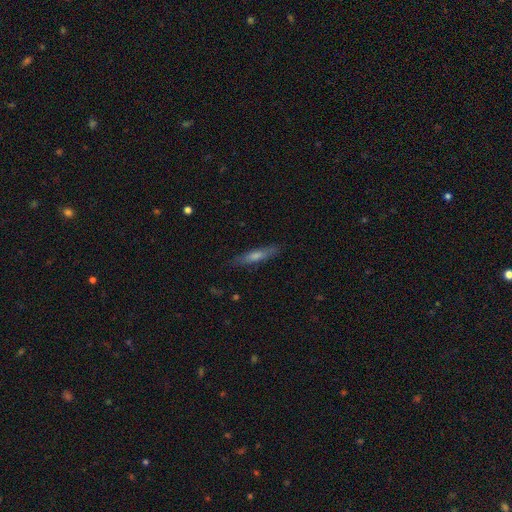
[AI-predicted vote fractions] This appears to be a smooth galaxy with no disk features (46%, tied with featured or disk). Merging: none (87%).